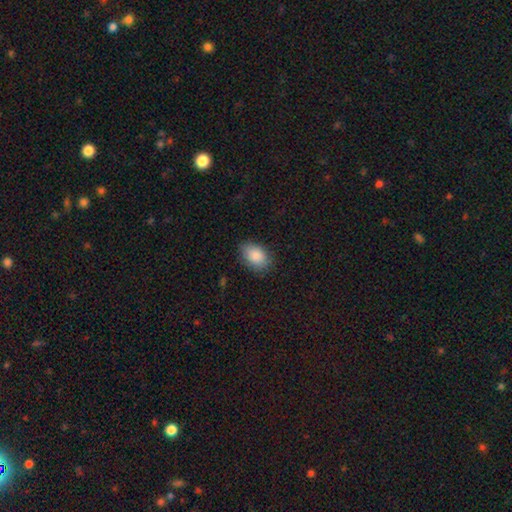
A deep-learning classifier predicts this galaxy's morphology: Smooth or featured?
  - smooth: 87% *
  - star or artifact: 7%
  - featured or disk: 6%
How rounded?
  - in between: 83% *
  - round: 16%
  - cigar-shaped: 1%
Merging?
  - none: 81% *
  - minor disturbance: 15%
  - major disturbance: 3%
  - merger: 1%